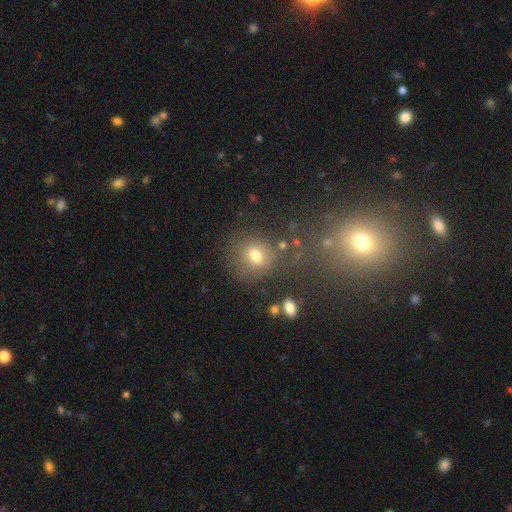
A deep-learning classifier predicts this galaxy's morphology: Overall: smooth (73%). How rounded: round (71%). Merging: none (70%).